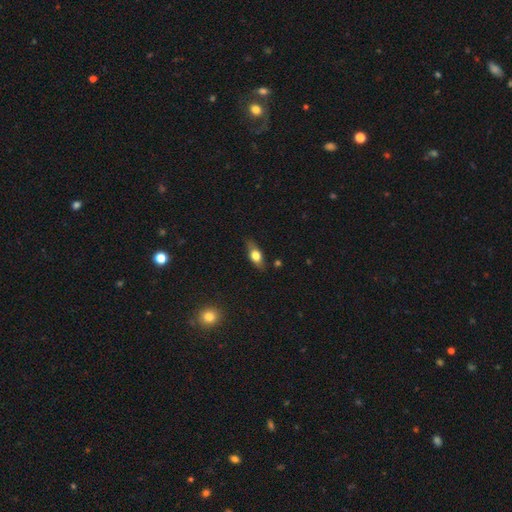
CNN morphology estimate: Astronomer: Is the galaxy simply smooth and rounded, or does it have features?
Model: smooth — 64%.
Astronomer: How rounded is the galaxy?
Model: in between — 72%.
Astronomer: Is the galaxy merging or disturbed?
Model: none — 80%.